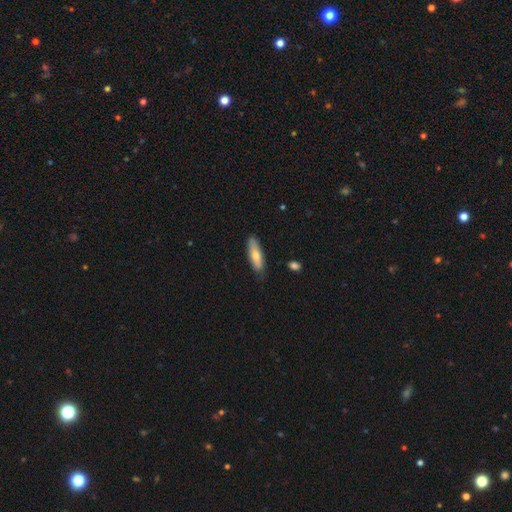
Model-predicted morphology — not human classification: A smooth galaxy with no disk features (68%) that is cigar-shaped (55%).

Vote fractions:
- Smooth or featured? smooth: 68% / featured or disk: 26% / star or artifact: 6%
- How rounded? cigar-shaped: 55% / in between: 43% / round: 2%
- Merging? none: 83% / minor disturbance: 14% / major disturbance: 2% / merger: 1%